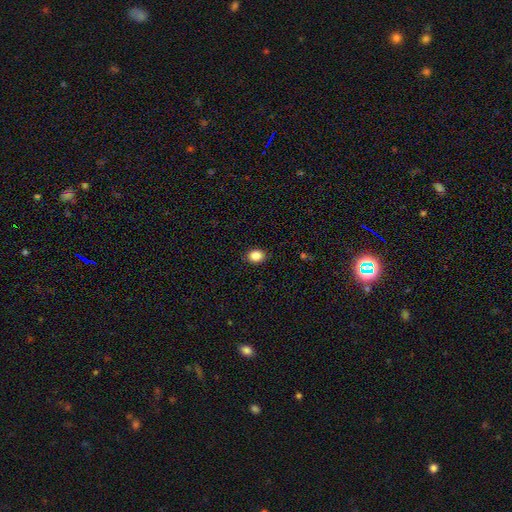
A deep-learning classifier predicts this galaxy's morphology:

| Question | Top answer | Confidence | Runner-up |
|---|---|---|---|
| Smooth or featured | smooth | 86% | star or artifact (9%) |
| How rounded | in between | 53% | round (46%) |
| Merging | none | 89% | minor disturbance (8%) |